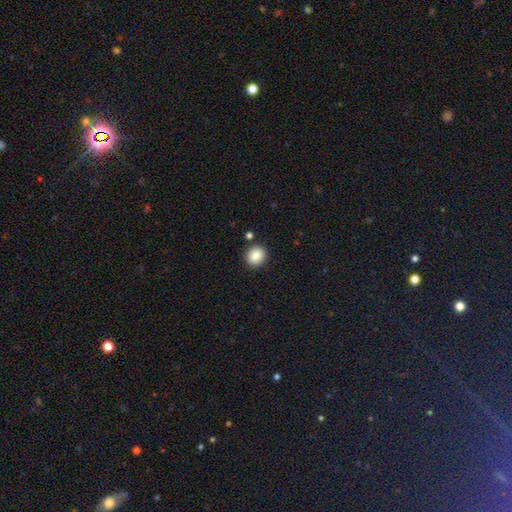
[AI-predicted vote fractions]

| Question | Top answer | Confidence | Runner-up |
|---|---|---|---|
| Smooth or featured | smooth | 86% | star or artifact (9%) |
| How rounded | round | 82% | in between (17%) |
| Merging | none | 88% | minor disturbance (7%) |